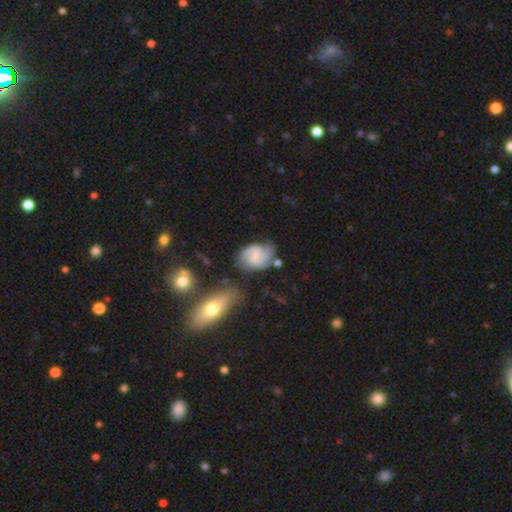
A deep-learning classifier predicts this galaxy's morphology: Smooth or featured? featured or disk (69%)
Edge-on disk? no (97%)
Bar? no (45%)
Spiral arms? yes (91%)
Spiral winding? medium (46%)
Spiral arm count? 2 (68%)
Bulge size? none (57%)
Merging? none (56%)